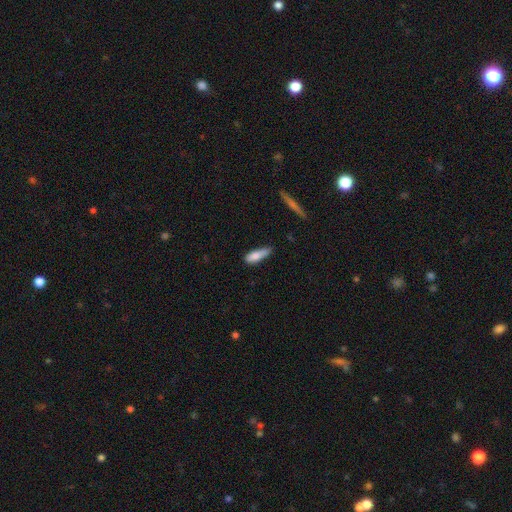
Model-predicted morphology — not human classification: Smooth or featured: smooth — 79% (featured or disk — 14%)
How rounded: in between — 51% (cigar-shaped — 47%)
Merging: none — 55% (minor disturbance — 34%)